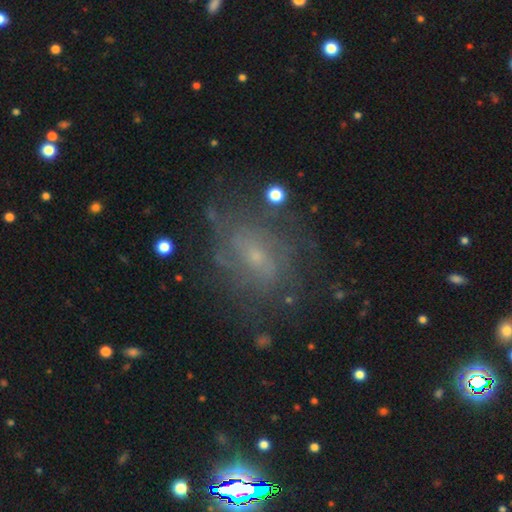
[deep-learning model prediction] smooth-or-featured: featured or disk: 64% | smooth: 22% | star or artifact: 14%
  disk-edge-on: no: 95% | yes: 5%
    bar: no: 58% | weak: 35% | strong: 7%
    has-spiral-arms: yes: 74% | no: 26%
    bulge-size: small: 75% | moderate: 17% | none: 5% | large: 1% | dominant: 1%
  merging: none: 67% | minor disturbance: 19% | major disturbance: 12% | merger: 2%